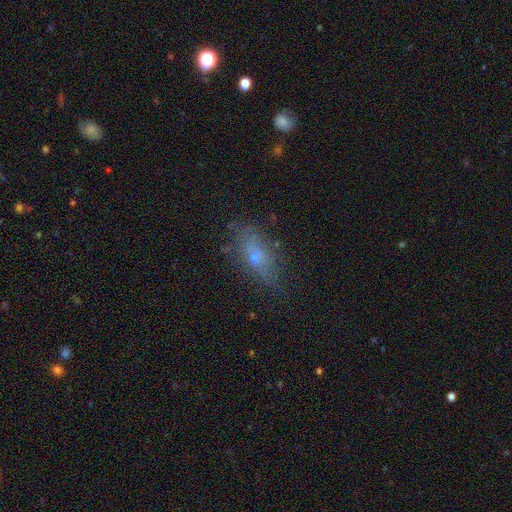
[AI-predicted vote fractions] This is possibly a smooth galaxy (54%). How rounded: likely in between (71%). Merging: likely none (69%).